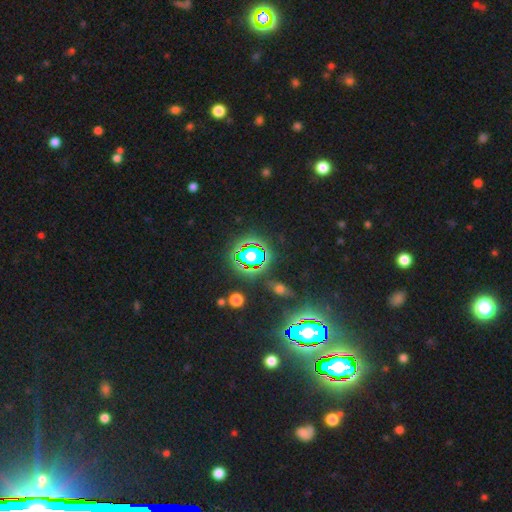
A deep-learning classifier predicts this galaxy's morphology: Overall: star or artifact (82%).